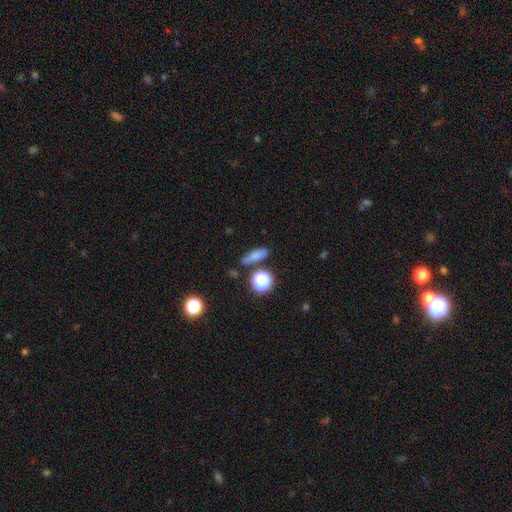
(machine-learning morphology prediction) type=smooth (69%); roundness=cigar-shaped (44%); merging=none (75%).